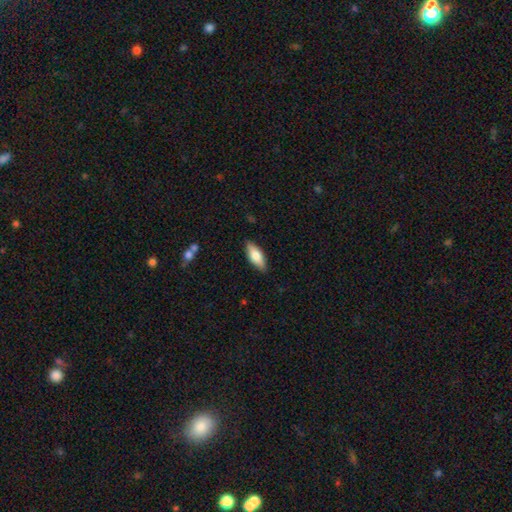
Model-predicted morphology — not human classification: smooth-or-featured: smooth: 70% | featured or disk: 23% | star or artifact: 6%
  how-rounded: in between: 72% | cigar-shaped: 25% | round: 2%
  merging: none: 87% | minor disturbance: 10% | major disturbance: 2% | merger: 1%